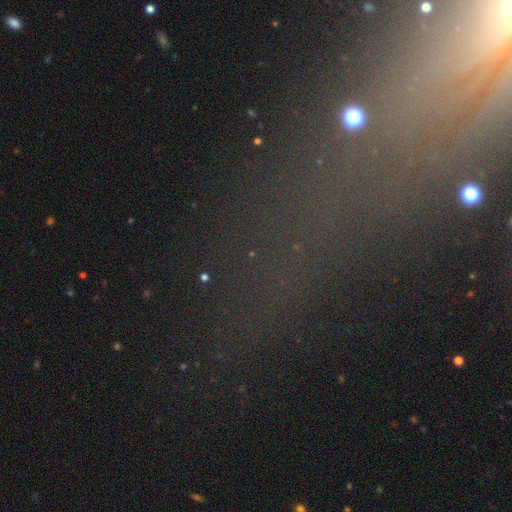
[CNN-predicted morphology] Smooth or featured?
  - star or artifact: 60% *
  - featured or disk: 21%
  - smooth: 19%